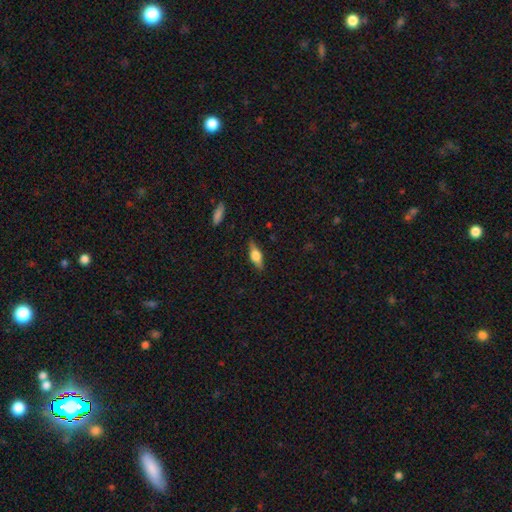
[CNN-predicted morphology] Smooth or featured?
  - smooth: 49% *
  - featured or disk: 44%
  - star or artifact: 7%
Merging?
  - none: 85% *
  - minor disturbance: 11%
  - major disturbance: 2%
  - merger: 1%